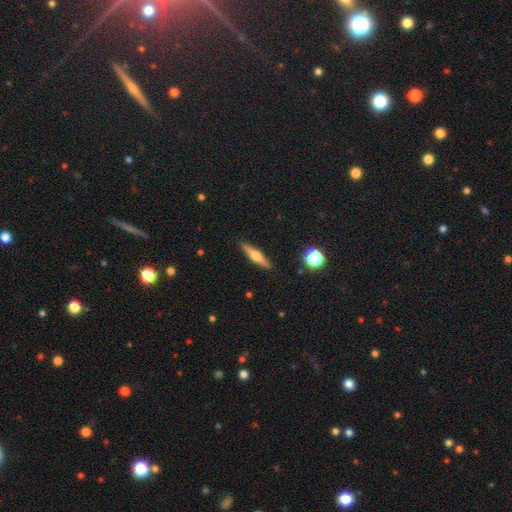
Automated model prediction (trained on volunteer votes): Smooth or featured? featured or disk (58%)
Edge-on disk? yes (96%)
Edge-on bulge? rounded (92%)
Merging? none (91%)